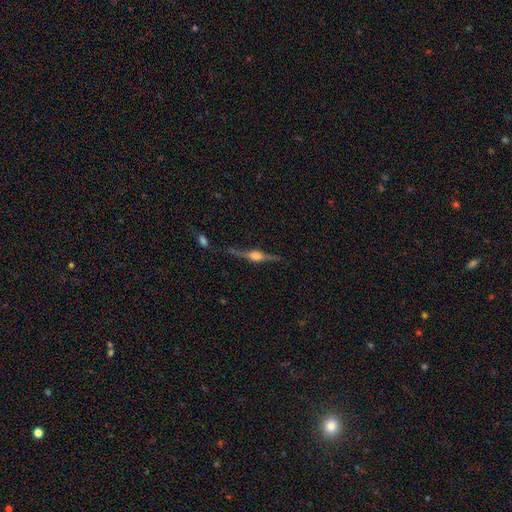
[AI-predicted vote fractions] This is clearly a featured or disk galaxy (84%). It is clearly viewed edge-on (97%). Edge-on bulge: clearly rounded (90%). Merging: clearly none (82%).